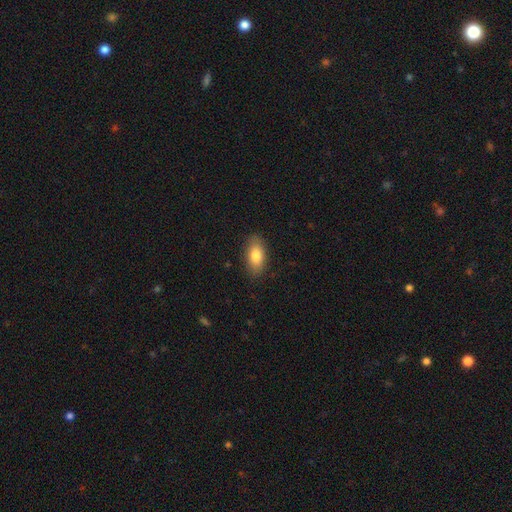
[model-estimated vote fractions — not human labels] Smooth or featured: smooth — 82% (featured or disk — 11%)
How rounded: in between — 90% (cigar-shaped — 6%)
Merging: none — 86% (minor disturbance — 10%)